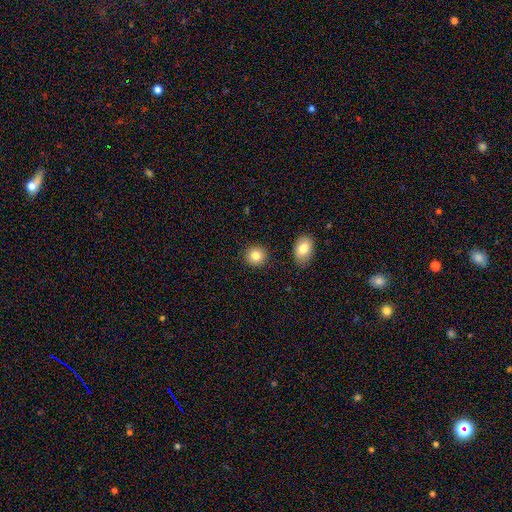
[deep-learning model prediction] smooth-or-featured: smooth: 83% | star or artifact: 9% | featured or disk: 8%
  how-rounded: round: 86% | in between: 13% | cigar-shaped: 1%
  merging: none: 89% | minor disturbance: 6% | merger: 3% | major disturbance: 2%